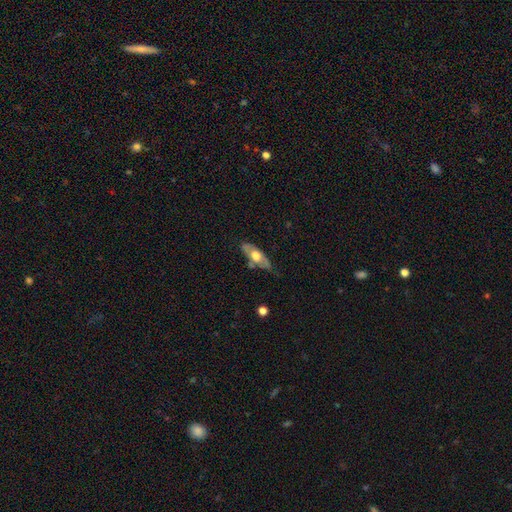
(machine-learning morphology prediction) Q: Smooth or featured?
A: smooth (47%); tied with: featured or disk (47%)
Q: Merging?
A: none (65%); runner-up: minor disturbance (24%)